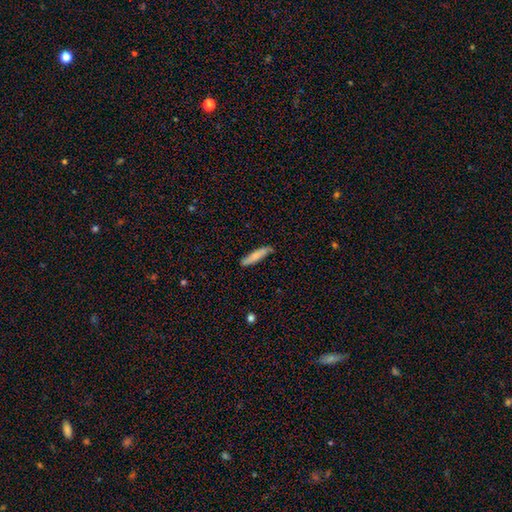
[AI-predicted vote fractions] smooth 77%, featured or disk 17%, star or artifact 6%. Down the decision tree: how rounded — cigar-shaped (85%); merging — none (80%).